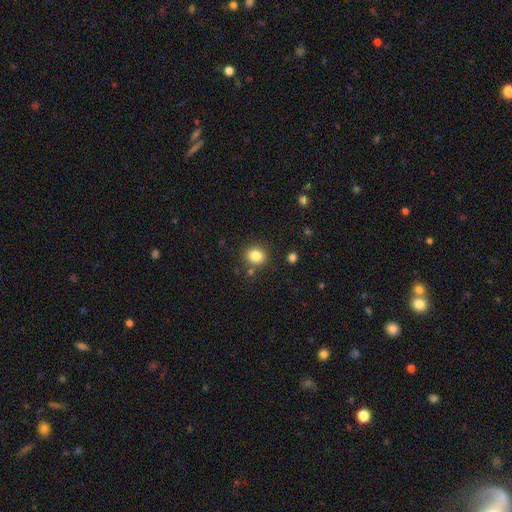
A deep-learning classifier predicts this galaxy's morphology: Smooth or featured: smooth — 83% (star or artifact — 11%)
How rounded: round — 80% (in between — 19%)
Merging: none — 84% (minor disturbance — 9%)